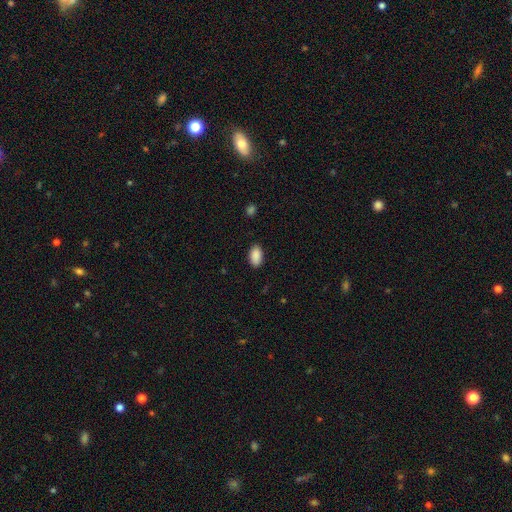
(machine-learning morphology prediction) The model was most divided on "merging": none: 86%, minor disturbance: 11%, major disturbance: 2%, merger: 1%. More confident: how rounded — in between (94%); smooth or featured — smooth (90%).